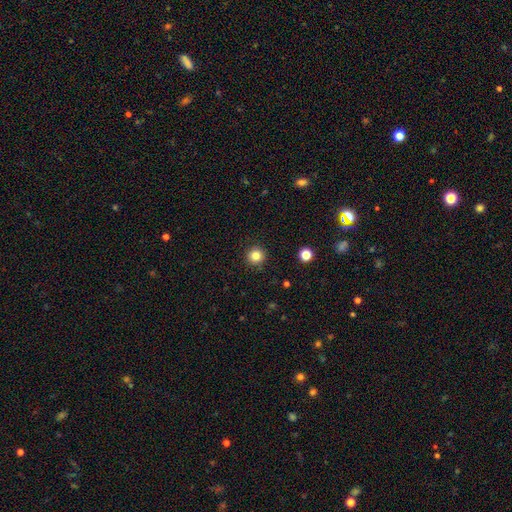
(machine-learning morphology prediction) A smooth galaxy with no disk features (83%) that is round (95%).

Vote fractions:
- Smooth or featured? smooth: 83% / star or artifact: 12% / featured or disk: 6%
- How rounded? round: 95% / in between: 4% / cigar-shaped: 1%
- Merging? none: 92% / minor disturbance: 5% / major disturbance: 2% / merger: 1%